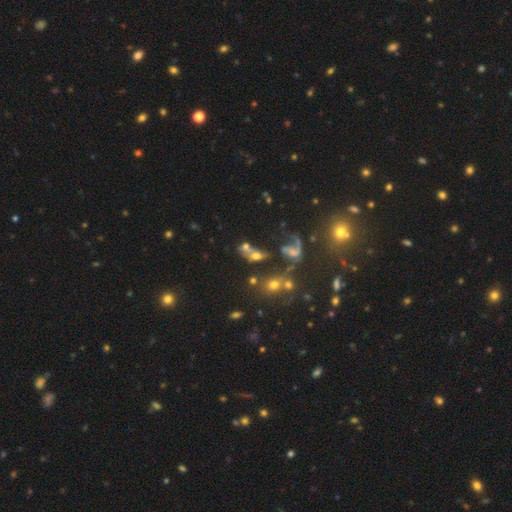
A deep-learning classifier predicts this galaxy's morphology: smooth_or_featured: smooth (p=0.46) [alt: featured or disk p=0.33]
merging: merger (p=0.46) [alt: none p=0.27]